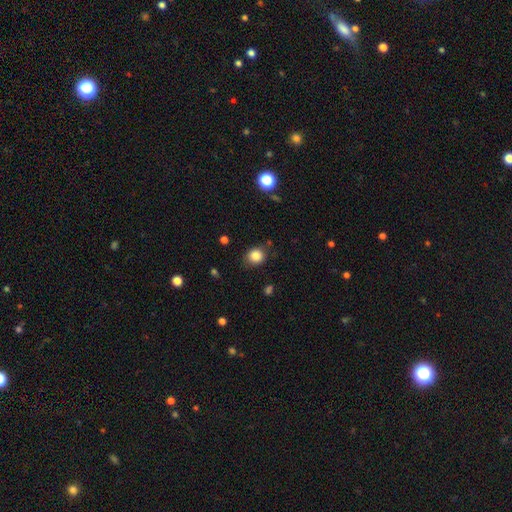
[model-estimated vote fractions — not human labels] smooth 84%, star or artifact 11%, featured or disk 5%. Down the decision tree: how rounded — round (74%); merging — none (82%).